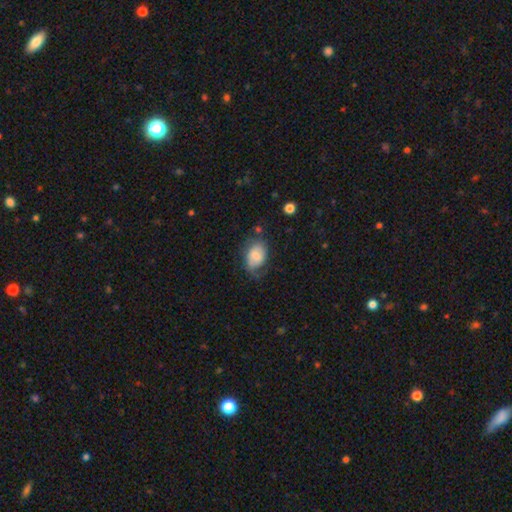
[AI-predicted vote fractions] smooth 70%, featured or disk 23%, star or artifact 7%. Down the decision tree: how rounded — in between (84%); merging — none (48%).